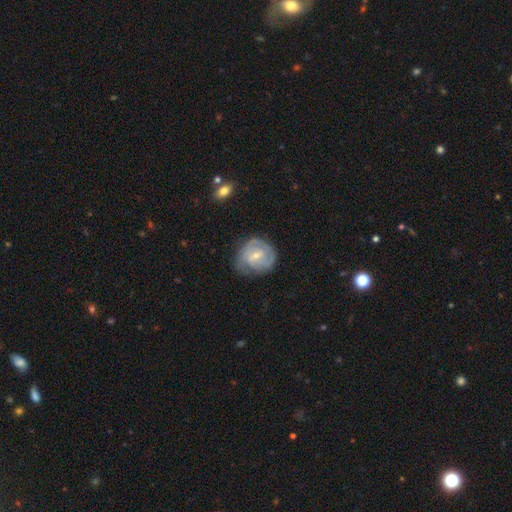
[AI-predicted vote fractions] Morphology: type=featured or disk (63%); edge-on=no (97%); bar=weak (48%); spiral arms=yes (80%); bulge=small (60%); merging=none (58%).